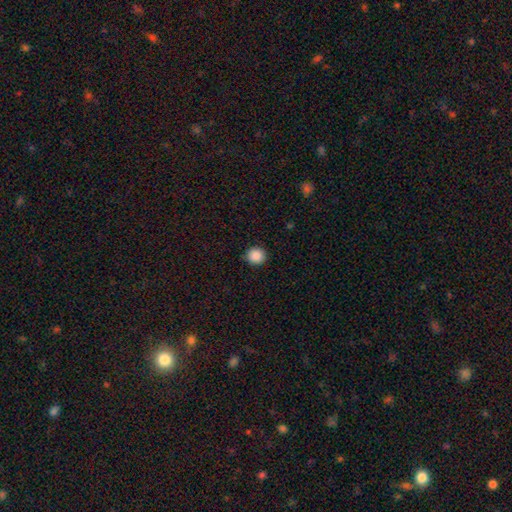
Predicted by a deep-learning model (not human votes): The model was most divided on "smooth or featured": smooth: 89%, star or artifact: 9%, featured or disk: 2%. More confident: how rounded — round (92%); merging — none (91%).